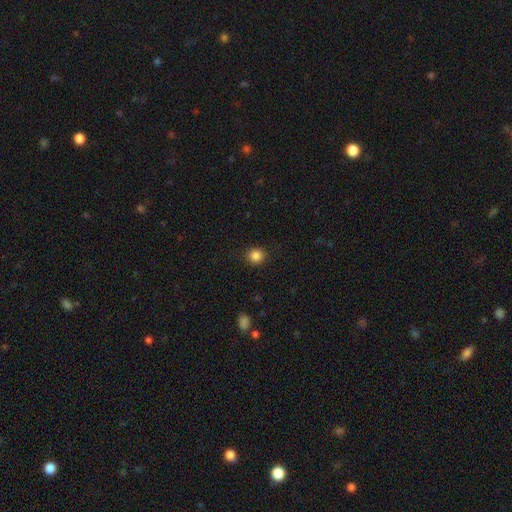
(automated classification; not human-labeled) This appears to be a smooth galaxy with no disk features (86%) that is round (86%). Merging: none (90%).